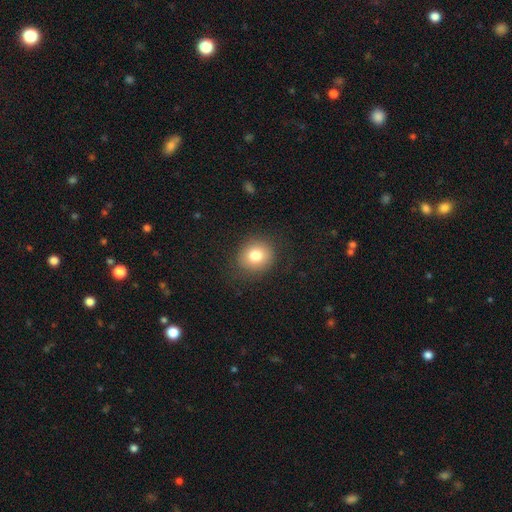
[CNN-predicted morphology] A smooth galaxy with no disk features (79%) that is round (78%).

Vote fractions:
- Smooth or featured? smooth: 79% / star or artifact: 10% / featured or disk: 10%
- How rounded? round: 78% / in between: 22% / cigar-shaped: 1%
- Merging? none: 85% / minor disturbance: 10% / major disturbance: 4% / merger: 1%